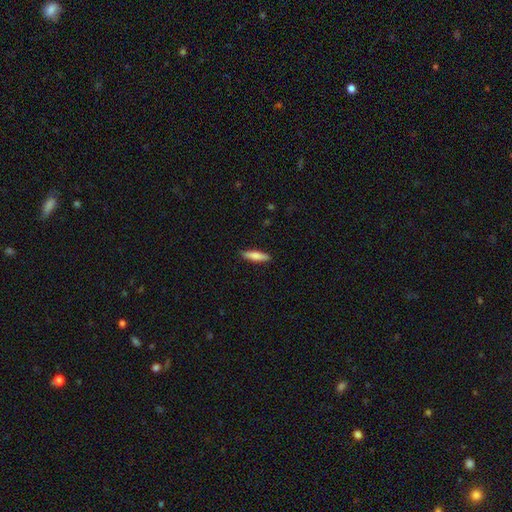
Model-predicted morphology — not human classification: This is likely a smooth galaxy (78%). How rounded: likely cigar-shaped (74%). Merging: clearly none (89%).